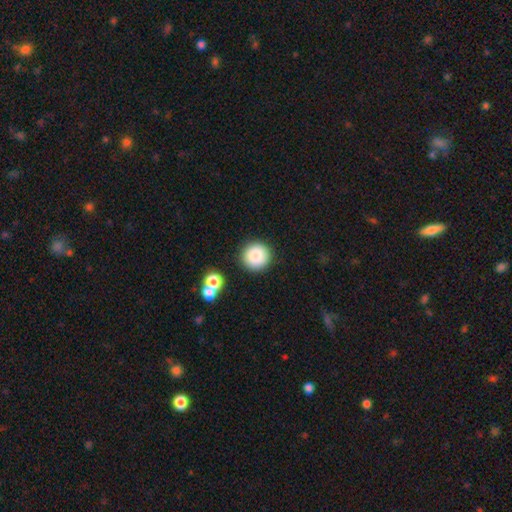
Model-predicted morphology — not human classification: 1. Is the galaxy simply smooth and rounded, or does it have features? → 85% smooth, 9% star or artifact, 6% featured or disk.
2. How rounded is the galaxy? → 95% round, 4% in between, 1% cigar-shaped.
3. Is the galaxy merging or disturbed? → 87% none, 6% minor disturbance, 5% merger, 2% major disturbance.